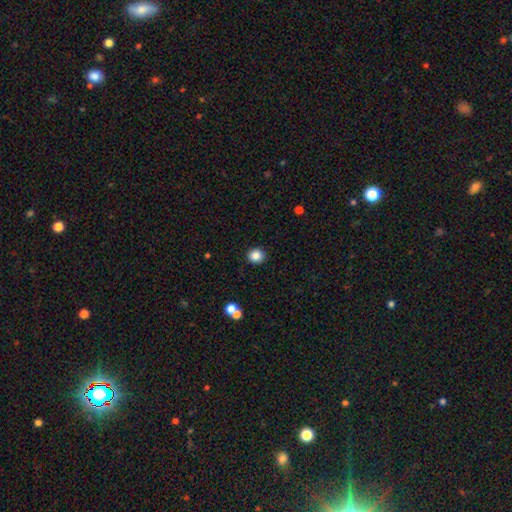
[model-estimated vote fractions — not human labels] The model was most divided on "how rounded": round: 85%, in between: 14%, cigar-shaped: 1%. More confident: merging — none (91%); smooth or featured — smooth (85%).